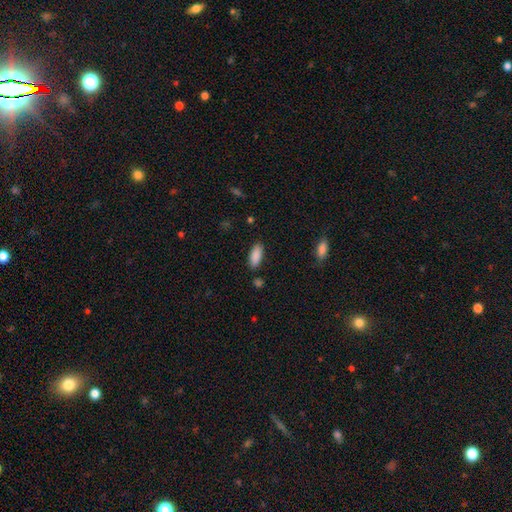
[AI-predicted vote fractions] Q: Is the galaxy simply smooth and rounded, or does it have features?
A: smooth — 89%.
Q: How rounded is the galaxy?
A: in between — 82%.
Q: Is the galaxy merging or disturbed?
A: none — 86%.